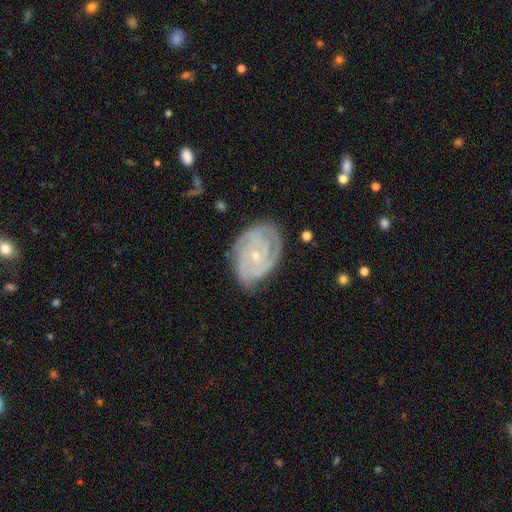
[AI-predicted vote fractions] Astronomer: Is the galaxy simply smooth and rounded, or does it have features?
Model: featured or disk — 84%.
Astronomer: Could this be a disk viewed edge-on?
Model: no — 97%.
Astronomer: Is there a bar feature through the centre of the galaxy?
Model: no — 73%.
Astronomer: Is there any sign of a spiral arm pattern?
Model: yes — 95%.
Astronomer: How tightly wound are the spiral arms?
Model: tight — 70%.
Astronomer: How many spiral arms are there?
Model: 3 — 32% (runner-up: can't tell, 23%).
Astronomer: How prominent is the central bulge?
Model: small — 77%.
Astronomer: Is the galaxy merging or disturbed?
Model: none — 70%.